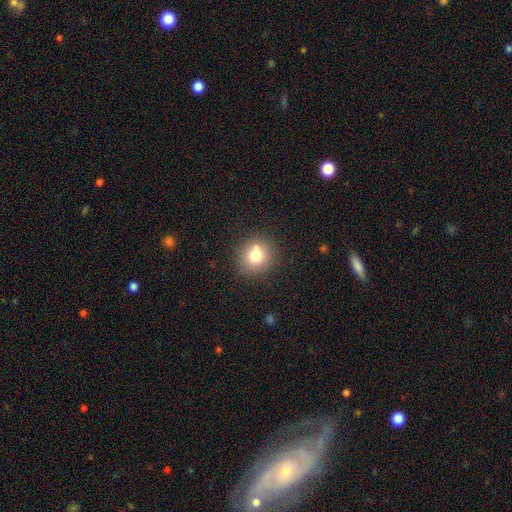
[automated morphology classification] Smooth or featured: smooth — 74% (featured or disk — 14%)
How rounded: round — 86% (in between — 13%)
Merging: none — 71% (minor disturbance — 13%)